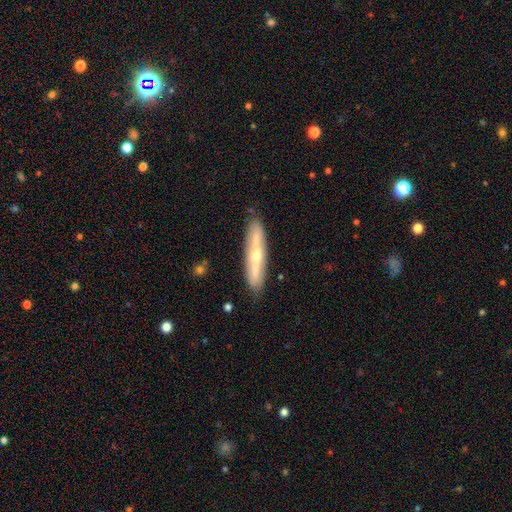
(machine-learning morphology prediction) featured or disk 64%, smooth 30%, star or artifact 6%. Down the decision tree: edge-on disk — yes (73%); merging — none (85%).